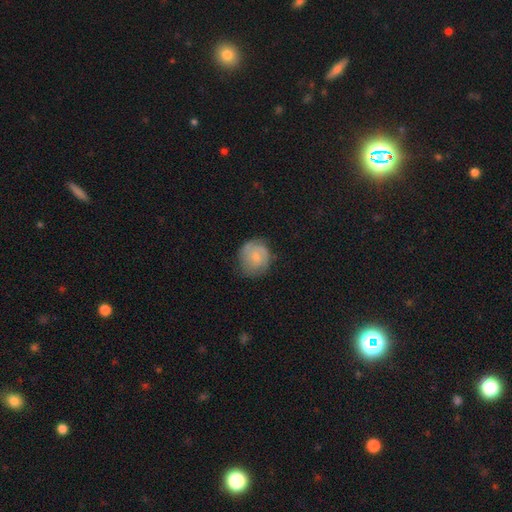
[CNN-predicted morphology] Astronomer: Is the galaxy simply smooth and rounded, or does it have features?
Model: smooth — 54% (runner-up: featured or disk, 39%).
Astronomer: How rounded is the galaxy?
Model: round — 85%.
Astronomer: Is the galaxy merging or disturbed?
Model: none — 67%.